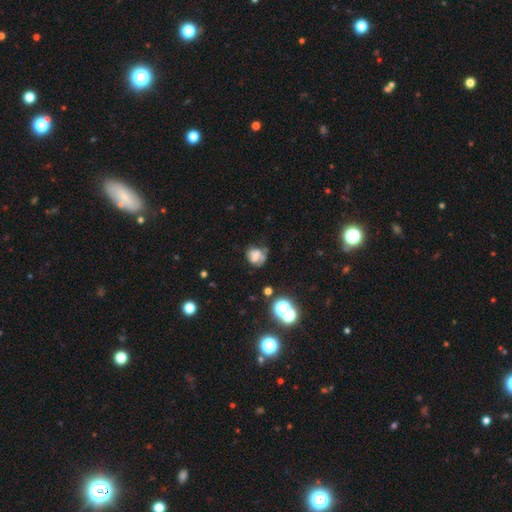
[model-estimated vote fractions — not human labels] Overall: smooth (52%; featured or disk 30%). How rounded: round (59%; in between 40%). Merging: none (41%; minor disturbance 27%).